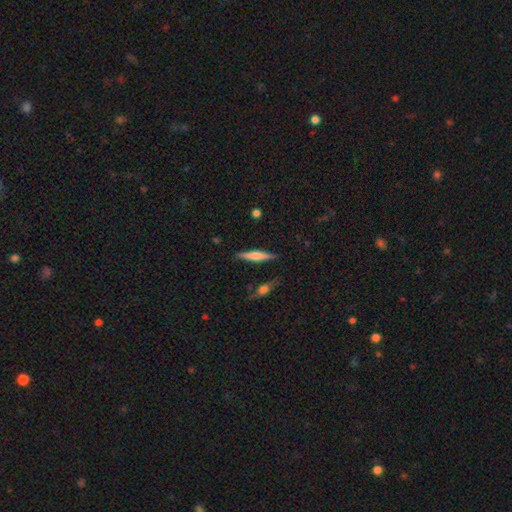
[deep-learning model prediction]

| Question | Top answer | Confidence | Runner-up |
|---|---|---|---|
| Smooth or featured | smooth | 49% | featured or disk (45%) |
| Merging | none | 86% | minor disturbance (9%) |